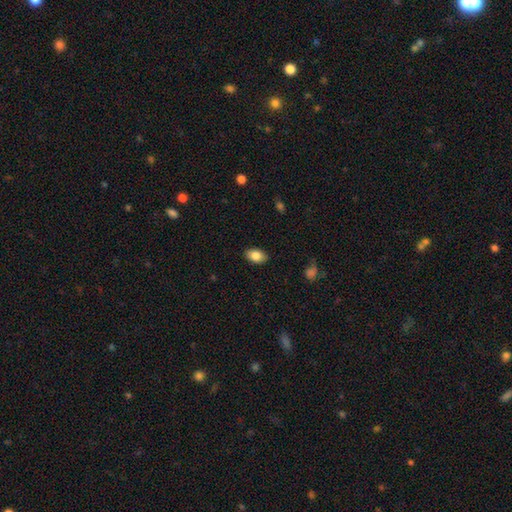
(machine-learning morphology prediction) The model was most divided on "smooth or featured": smooth: 85%, featured or disk: 8%, star or artifact: 8%. More confident: how rounded — in between (88%); merging — none (87%).